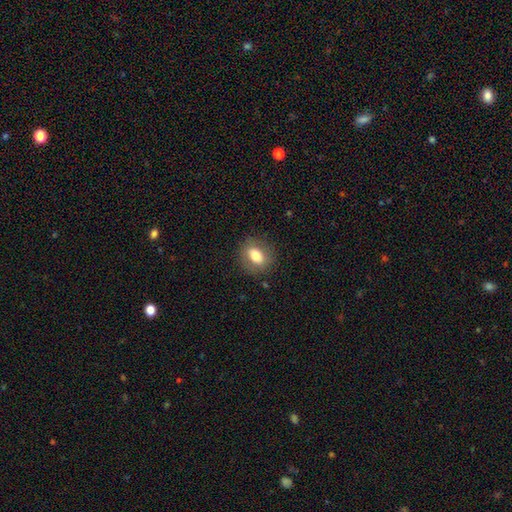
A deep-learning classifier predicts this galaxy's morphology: Overall: smooth (74%). How rounded: in between (64%; round 34%). Merging: none (84%).